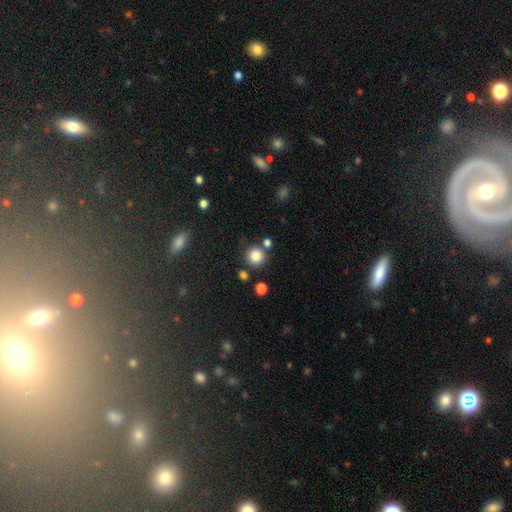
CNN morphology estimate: This appears to be a smooth galaxy with no disk features (83%) that is round (92%). Merging: none (79%).